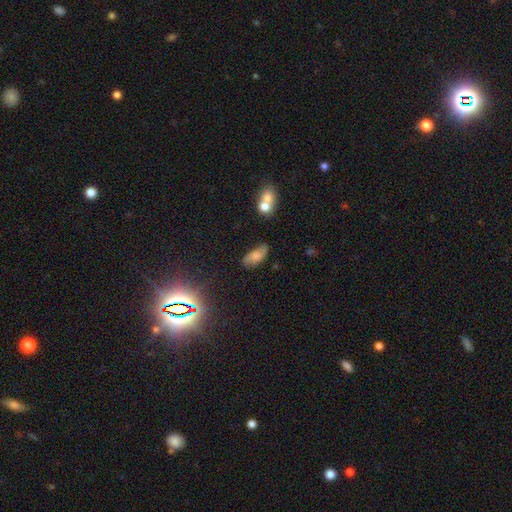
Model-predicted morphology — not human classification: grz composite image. It shows a smooth galaxy with no disk features (54%) that is in between round and cigar-shaped (85%). Merging: none (69%).